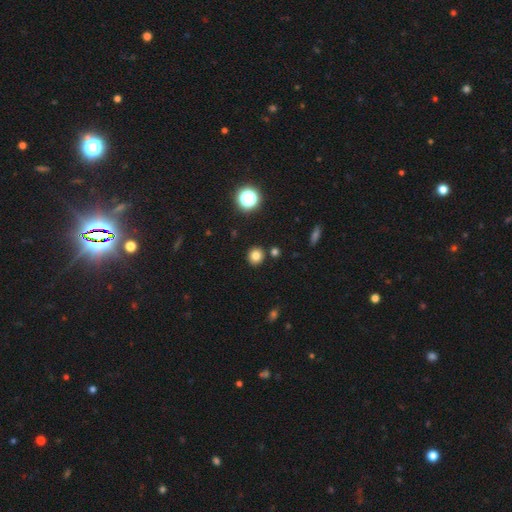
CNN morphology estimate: smooth_or_featured: smooth (p=0.79) [alt: star or artifact p=0.14]
how_rounded: round (p=0.86) [alt: in between p=0.13]
merging: none (p=0.88) [alt: minor disturbance p=0.07]